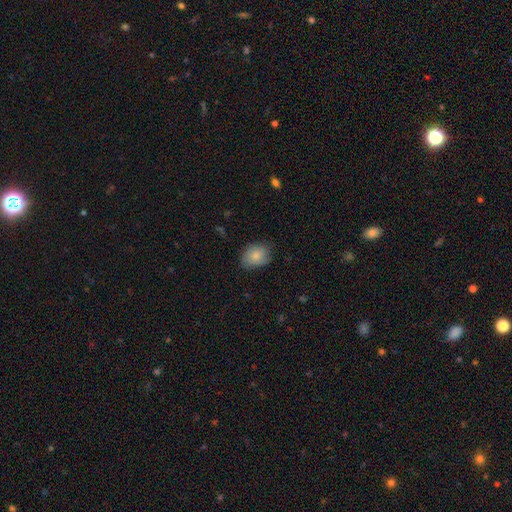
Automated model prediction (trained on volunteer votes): Morphology: type=smooth (84%); roundness=in between (60%); merging=none (70%).